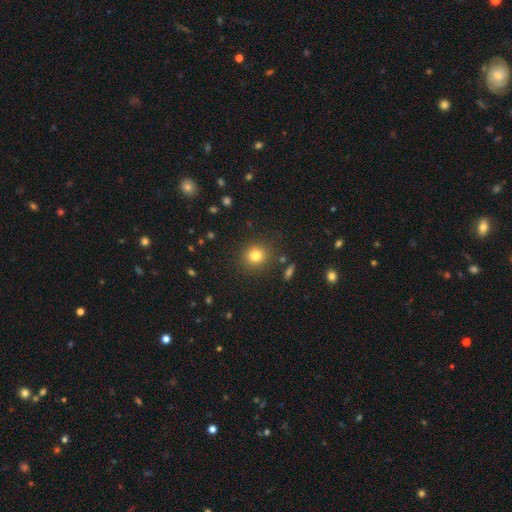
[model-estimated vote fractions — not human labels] Smooth or featured?
  - smooth: 80% *
  - star or artifact: 13%
  - featured or disk: 8%
How rounded?
  - round: 85% *
  - in between: 14%
  - cigar-shaped: 1%
Merging?
  - none: 86% *
  - minor disturbance: 8%
  - major disturbance: 3%
  - merger: 2%